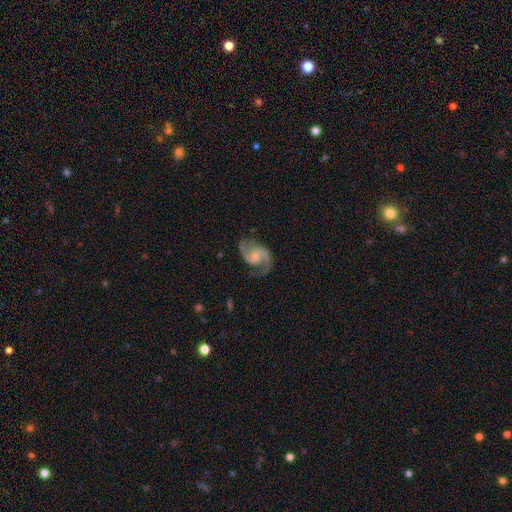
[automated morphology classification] Smooth or featured: featured or disk — 91% (smooth — 5%)
Edge-on disk: no — 98% (yes — 2%)
Bar: no — 53% (weak — 39%)
Spiral arms: yes — 98% (no — 2%)
Spiral winding: medium — 55% (loose — 34%)
Spiral arm count: 2 — 93% (1 — 2%)
Bulge size: small — 44% (moderate — 26%)
Merging: none — 77% (minor disturbance — 15%)